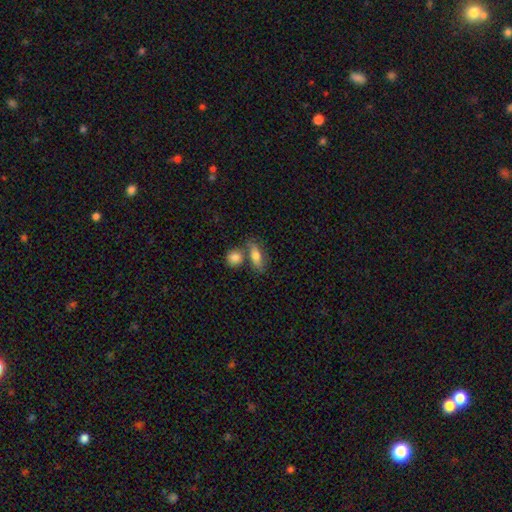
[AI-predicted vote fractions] This appears to be a smooth galaxy with no disk features (71%) that is in between round and cigar-shaped (69%). Merging: none (54%).